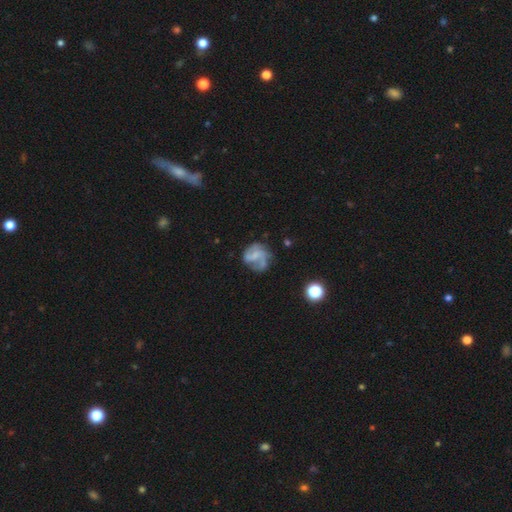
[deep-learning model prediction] Smooth or featured? Predicted: featured or disk (p=0.67). Edge-on disk? Predicted: no (p=0.98). Bar? Predicted: no (p=0.50). Spiral arms? Predicted: yes (p=0.81). Spiral winding? Predicted: medium (p=0.43). Spiral arm count? Predicted: 2 (p=0.42). Bulge size? Predicted: none (p=0.41). Merging? Predicted: none (p=0.52).